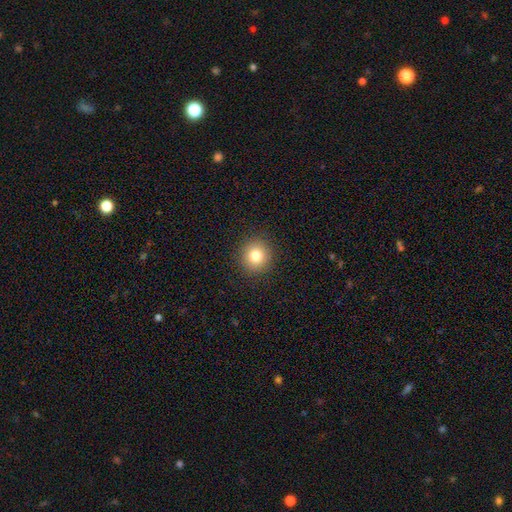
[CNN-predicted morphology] Overall: smooth (80%). How rounded: round (92%). Merging: none (91%).